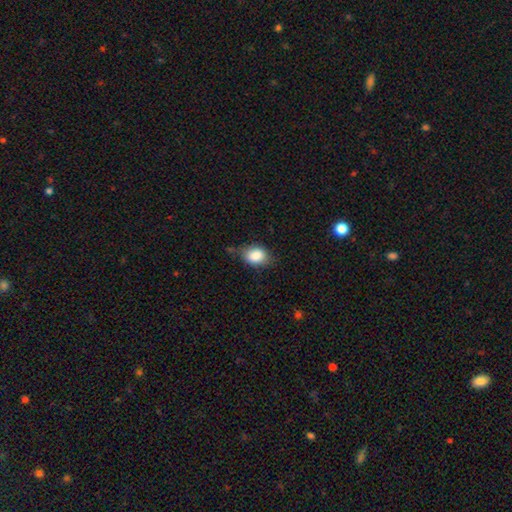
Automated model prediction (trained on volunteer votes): Q: Smooth or featured?
A: smooth (85%); runner-up: star or artifact (8%)
Q: How rounded?
A: in between (65%); runner-up: round (34%)
Q: Merging?
A: none (63%); runner-up: minor disturbance (27%)